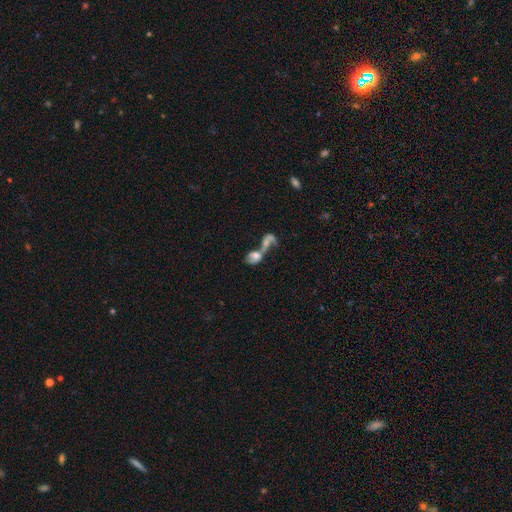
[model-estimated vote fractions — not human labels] featured or disk 47%, smooth 42%, star or artifact 11%. Down the decision tree: merging — merger (75%).